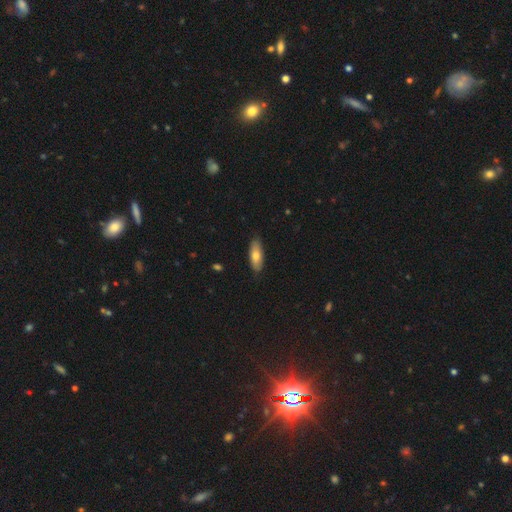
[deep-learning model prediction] Smooth or featured? smooth (74%)
How rounded? in between (70%)
Merging? none (85%)